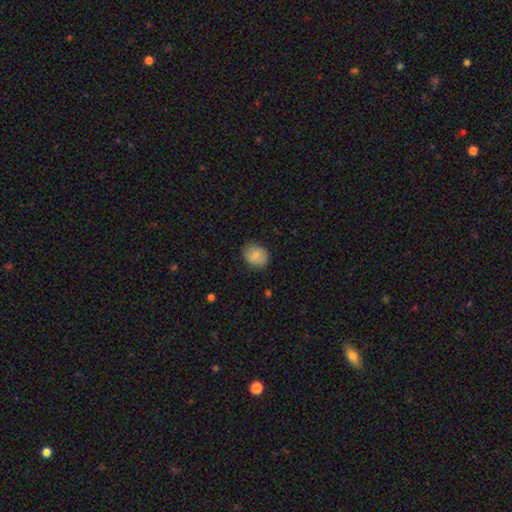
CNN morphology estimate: This is clearly a smooth galaxy (82%). How rounded: possibly round (57%). Merging: clearly none (83%).